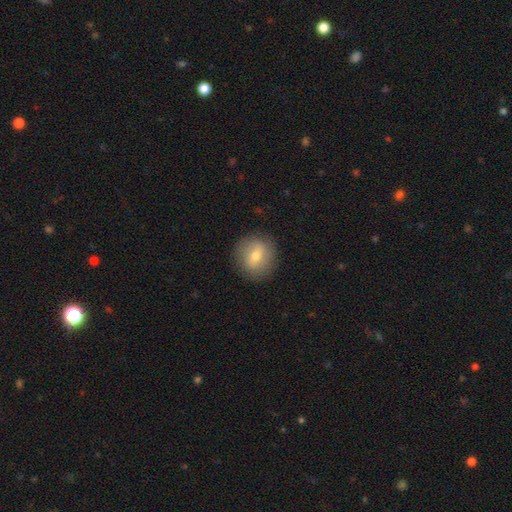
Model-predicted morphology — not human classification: A smooth galaxy with no disk features (62%) that is round (88%).

Vote fractions:
- Smooth or featured? smooth: 62% / featured or disk: 29% / star or artifact: 9%
- How rounded? round: 88% / in between: 11% / cigar-shaped: 1%
- Merging? none: 88% / minor disturbance: 8% / major disturbance: 3% / merger: 1%